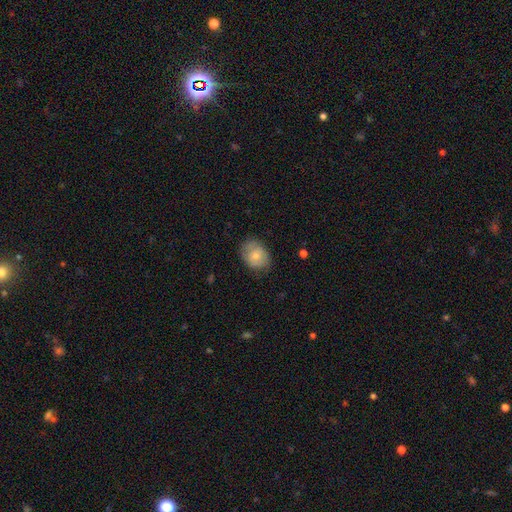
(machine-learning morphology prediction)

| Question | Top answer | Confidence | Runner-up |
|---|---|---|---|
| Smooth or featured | smooth | 72% | featured or disk (21%) |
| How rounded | in between | 55% | round (44%) |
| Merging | none | 70% | minor disturbance (23%) |